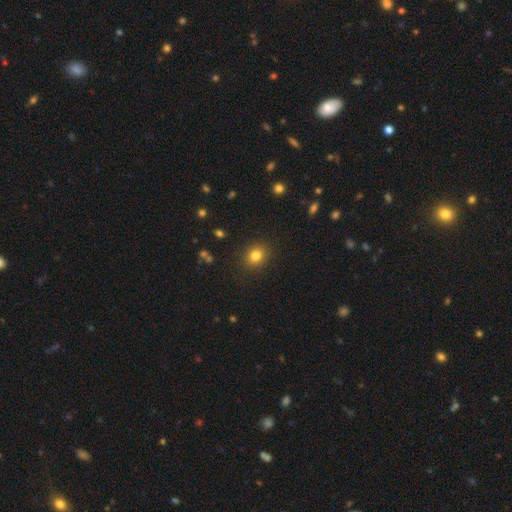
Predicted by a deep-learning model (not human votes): smooth-or-featured: smooth: 81% | star or artifact: 12% | featured or disk: 6%
  how-rounded: round: 67% | in between: 32% | cigar-shaped: 1%
  merging: none: 89% | minor disturbance: 8% | major disturbance: 3% | merger: 1%